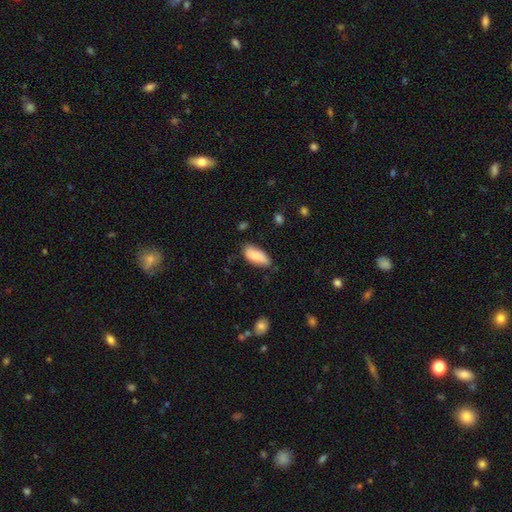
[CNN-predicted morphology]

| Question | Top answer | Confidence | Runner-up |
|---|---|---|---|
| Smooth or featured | smooth | 86% | featured or disk (8%) |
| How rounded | in between | 85% | cigar-shaped (13%) |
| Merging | none | 70% | minor disturbance (24%) |